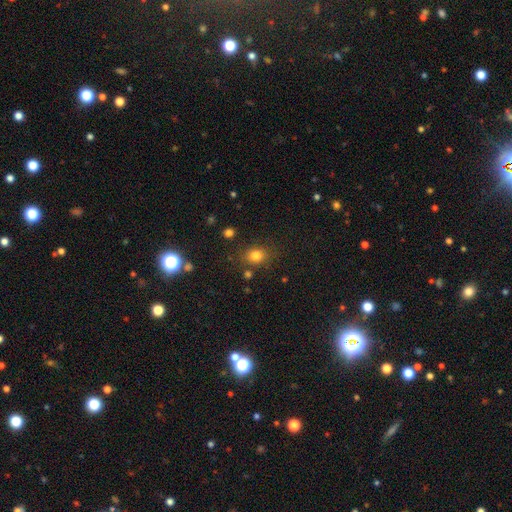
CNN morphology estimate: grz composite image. It shows a smooth galaxy with no disk features (80%) that is round (51%). Merging: none (78%).